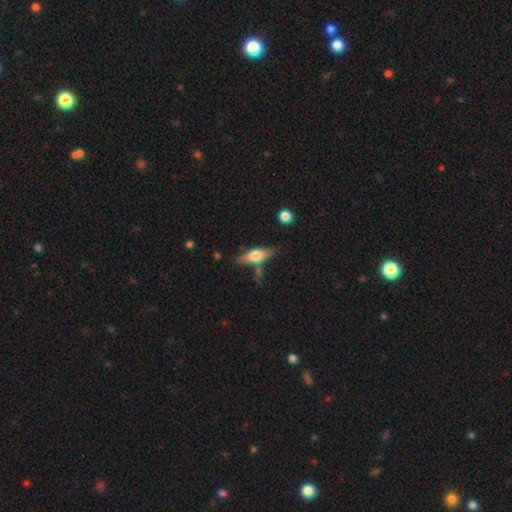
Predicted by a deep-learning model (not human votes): Smooth or featured?
  - smooth: 53% *
  - featured or disk: 40%
  - star or artifact: 7%
How rounded?
  - in between: 55% *
  - cigar-shaped: 42%
  - round: 4%
Merging?
  - none: 65% *
  - minor disturbance: 17%
  - merger: 12%
  - major disturbance: 6%